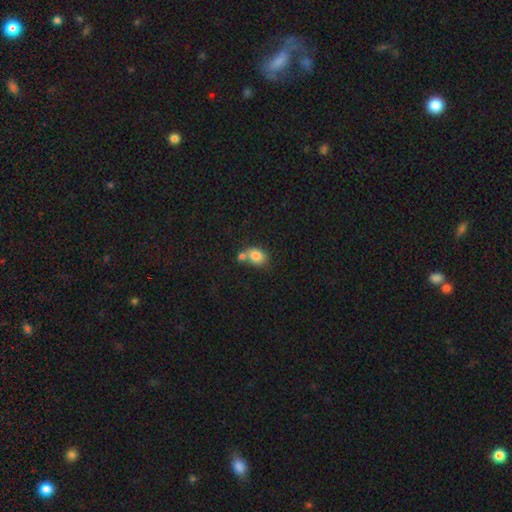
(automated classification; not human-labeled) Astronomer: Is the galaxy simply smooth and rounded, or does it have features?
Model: smooth — 80%.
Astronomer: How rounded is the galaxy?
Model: in between — 58% (runner-up: round, 41%).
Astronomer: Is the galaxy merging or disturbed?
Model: merger — 44% (runner-up: none, 39%).